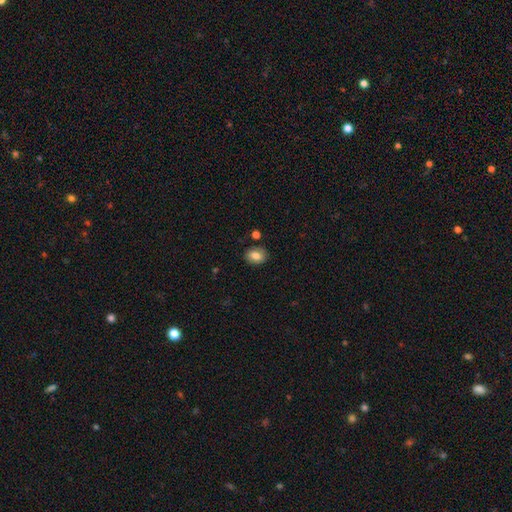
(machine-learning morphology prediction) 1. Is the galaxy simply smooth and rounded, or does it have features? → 81% smooth, 11% featured or disk, 9% star or artifact.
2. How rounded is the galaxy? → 62% in between, 36% round, 1% cigar-shaped.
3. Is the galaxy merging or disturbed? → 83% none, 11% minor disturbance, 3% merger, 3% major disturbance.